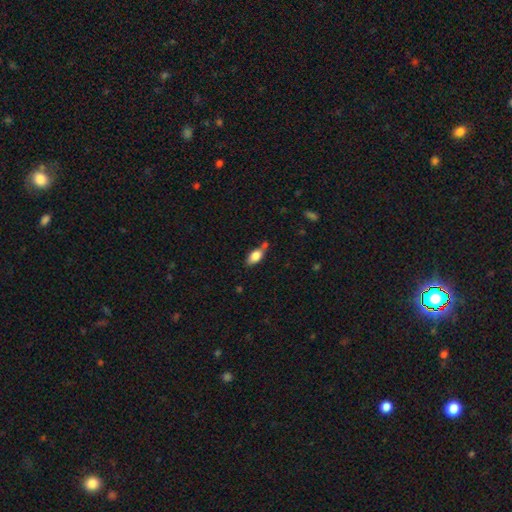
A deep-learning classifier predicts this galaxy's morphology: smooth_or_featured: smooth (p=0.79) [alt: featured or disk p=0.13]
how_rounded: in between (p=0.87) [alt: cigar-shaped p=0.09]
merging: none (p=0.56) [alt: minor disturbance p=0.22]